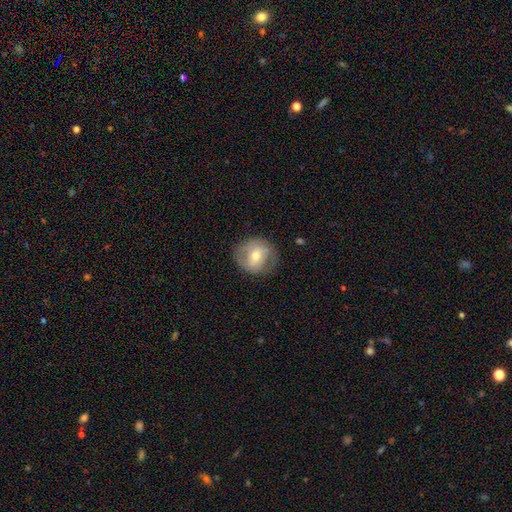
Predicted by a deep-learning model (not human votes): smooth_or_featured: featured or disk (p=0.50) [alt: smooth p=0.43]
merging: none (p=0.75) [alt: minor disturbance p=0.17]